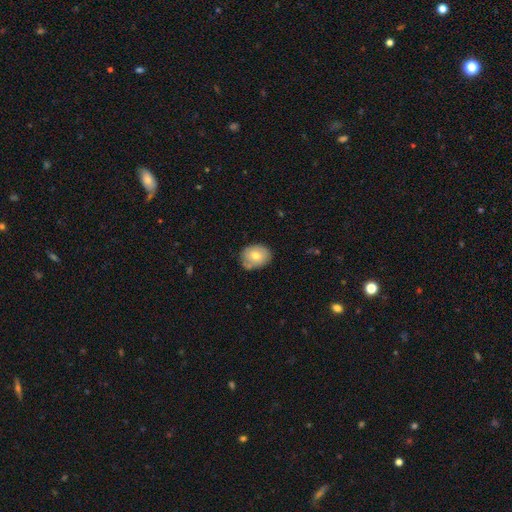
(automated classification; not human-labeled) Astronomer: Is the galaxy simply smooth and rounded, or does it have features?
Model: smooth — 70%.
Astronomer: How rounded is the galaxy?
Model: round — 53% (runner-up: in between, 46%).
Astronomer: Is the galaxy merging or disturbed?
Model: none — 70%.